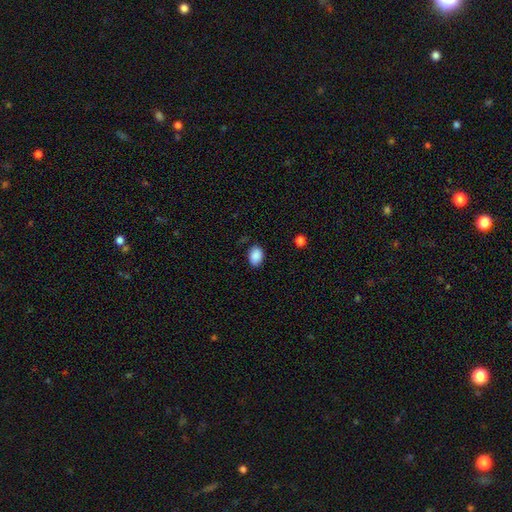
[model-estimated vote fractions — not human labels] Morphology: type=smooth (89%); roundness=in between (80%); merging=none (81%).